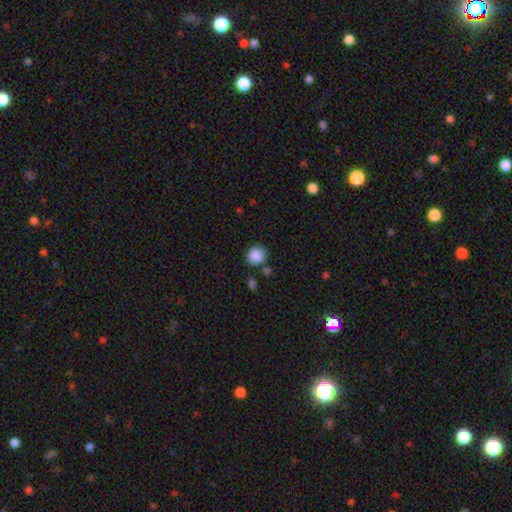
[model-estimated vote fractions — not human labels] The model was most divided on "merging": none: 76%, minor disturbance: 13%, merger: 7%, major disturbance: 4%. More confident: smooth or featured — smooth (88%); how rounded — round (86%).